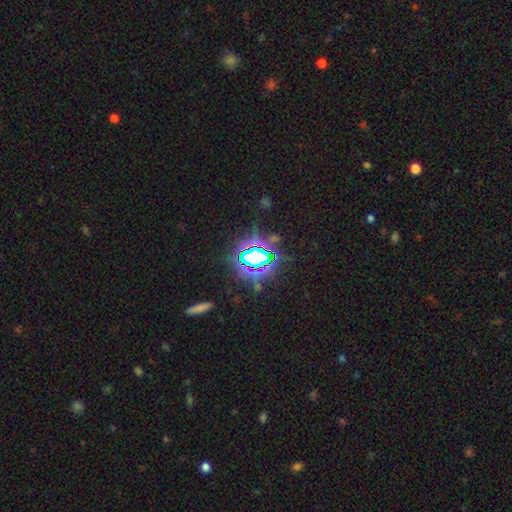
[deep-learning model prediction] smooth_or_featured: star or artifact (p=0.76) [alt: smooth p=0.13]